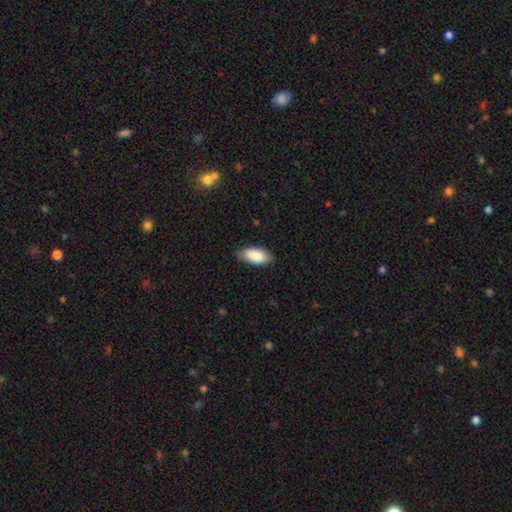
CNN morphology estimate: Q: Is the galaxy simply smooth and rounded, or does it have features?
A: smooth — 87%.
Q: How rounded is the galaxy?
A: in between — 90%.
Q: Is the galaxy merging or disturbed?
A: none — 83%.